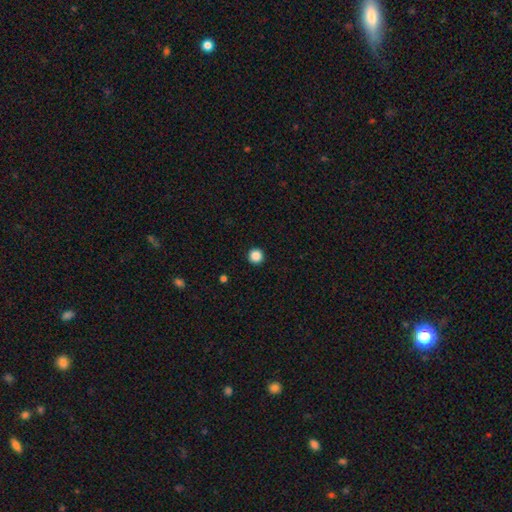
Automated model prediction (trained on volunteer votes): smooth_or_featured: smooth (p=0.87) [alt: star or artifact p=0.10]
how_rounded: round (p=0.97) [alt: in between p=0.02]
merging: none (p=0.94) [alt: minor disturbance p=0.04]